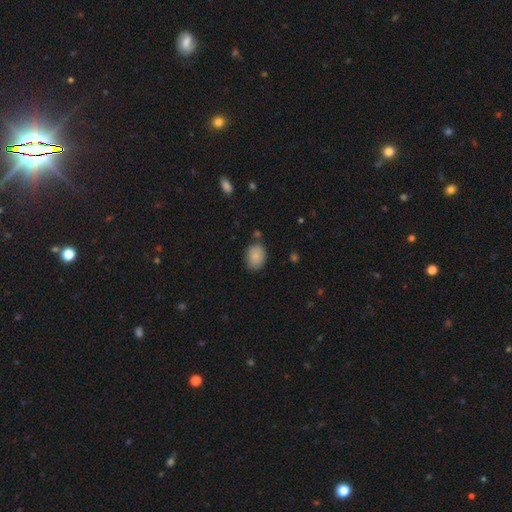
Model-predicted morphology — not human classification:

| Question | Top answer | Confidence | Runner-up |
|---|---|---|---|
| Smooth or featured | smooth | 87% | star or artifact (8%) |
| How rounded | in between | 66% | round (33%) |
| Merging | none | 77% | minor disturbance (16%) |